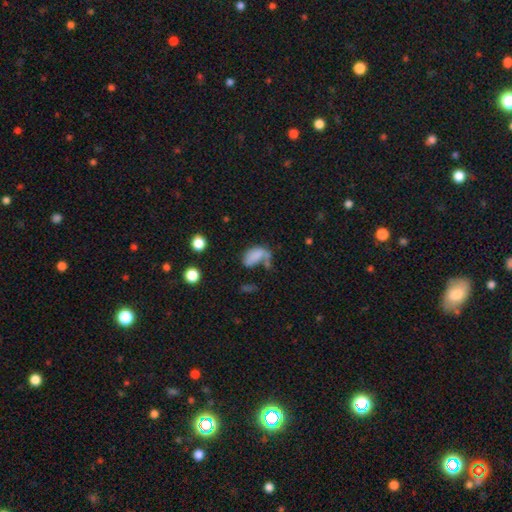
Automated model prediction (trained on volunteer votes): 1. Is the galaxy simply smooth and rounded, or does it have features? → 71% smooth, 18% featured or disk, 11% star or artifact.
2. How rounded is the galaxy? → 90% in between, 7% round, 3% cigar-shaped.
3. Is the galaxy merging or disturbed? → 29% major disturbance (tied), 29% none (tied), 23% merger, 19% minor disturbance.